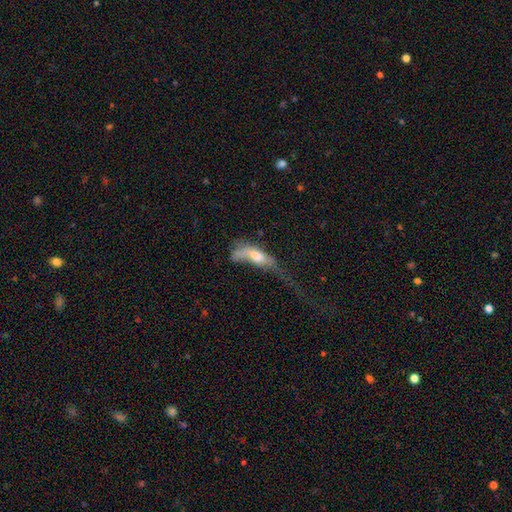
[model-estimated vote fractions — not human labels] smooth-or-featured: smooth: 55% | featured or disk: 36% | star or artifact: 9%
  how-rounded: in between: 54% | cigar-shaped: 42% | round: 4%
  merging: major disturbance: 58% | minor disturbance: 17% | none: 16% | merger: 10%